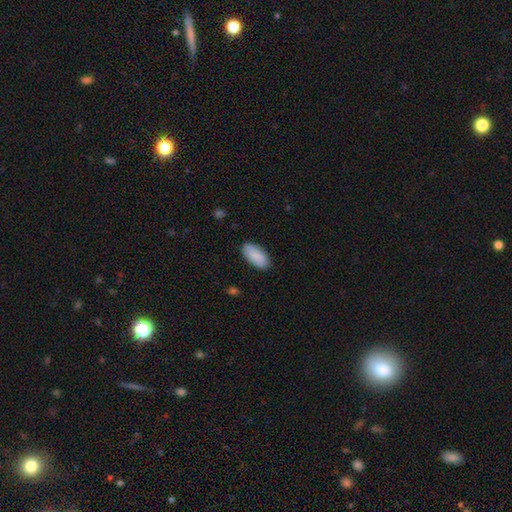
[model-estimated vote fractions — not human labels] Q: Smooth or featured?
A: smooth (88%); runner-up: featured or disk (7%)
Q: How rounded?
A: in between (93%); runner-up: cigar-shaped (6%)
Q: Merging?
A: none (86%); runner-up: minor disturbance (11%)